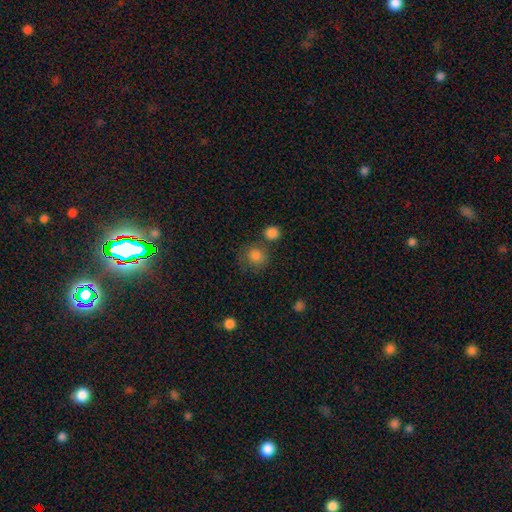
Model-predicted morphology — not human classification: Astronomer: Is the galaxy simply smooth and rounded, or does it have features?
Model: smooth — 84%.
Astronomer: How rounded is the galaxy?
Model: round — 86%.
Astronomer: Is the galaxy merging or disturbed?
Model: none — 68%.